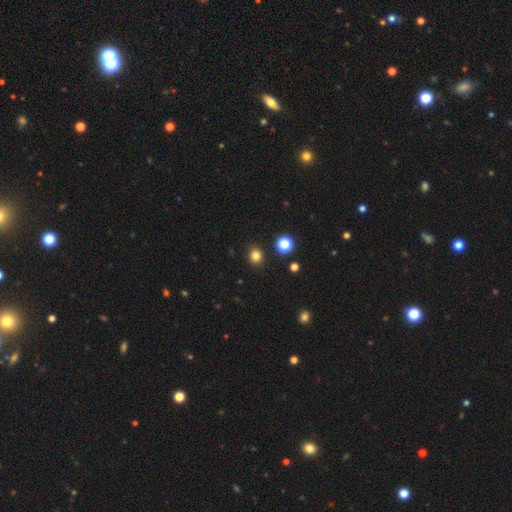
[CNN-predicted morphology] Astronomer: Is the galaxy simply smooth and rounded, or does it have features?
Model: smooth — 82%.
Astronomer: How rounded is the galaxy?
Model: round — 82%.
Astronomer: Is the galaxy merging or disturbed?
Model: none — 90%.